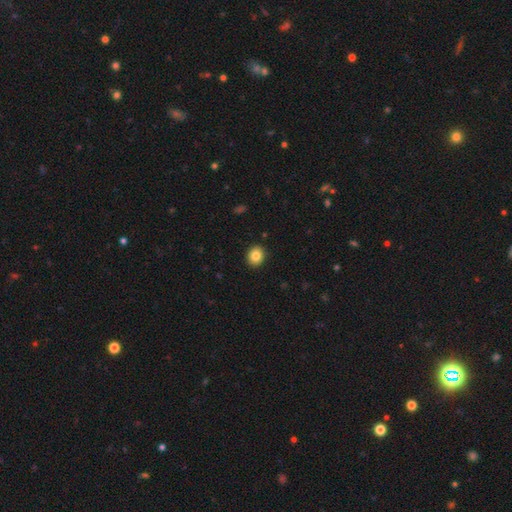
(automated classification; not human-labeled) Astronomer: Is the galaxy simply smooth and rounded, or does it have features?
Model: smooth — 85%.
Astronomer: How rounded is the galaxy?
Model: round — 72%.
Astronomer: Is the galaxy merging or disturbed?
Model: none — 91%.